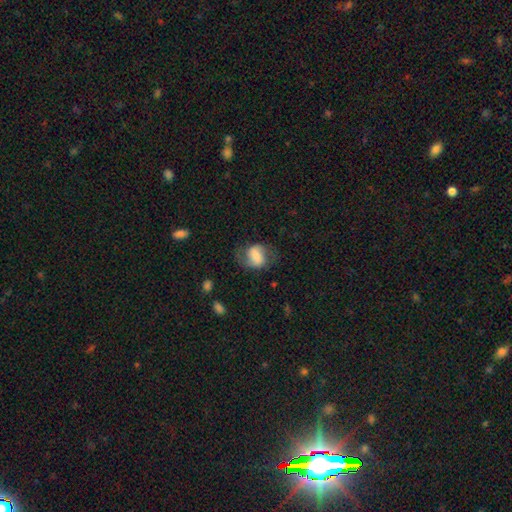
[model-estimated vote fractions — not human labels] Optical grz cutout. It shows a smooth galaxy with no disk features (49%). Merging: none (60%).